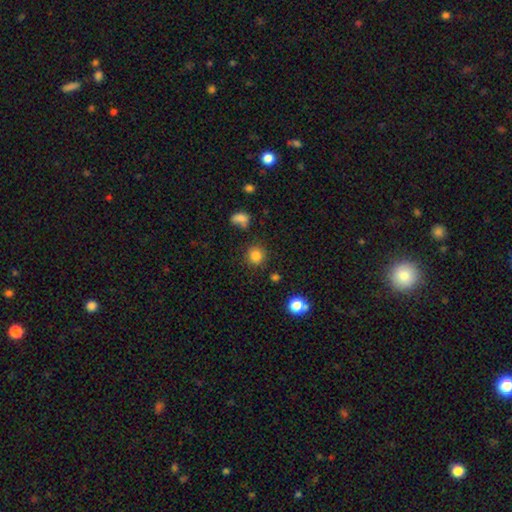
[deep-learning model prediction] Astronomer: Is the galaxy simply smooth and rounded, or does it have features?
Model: smooth — 83%.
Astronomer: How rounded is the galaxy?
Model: round — 91%.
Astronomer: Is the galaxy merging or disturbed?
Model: none — 86%.